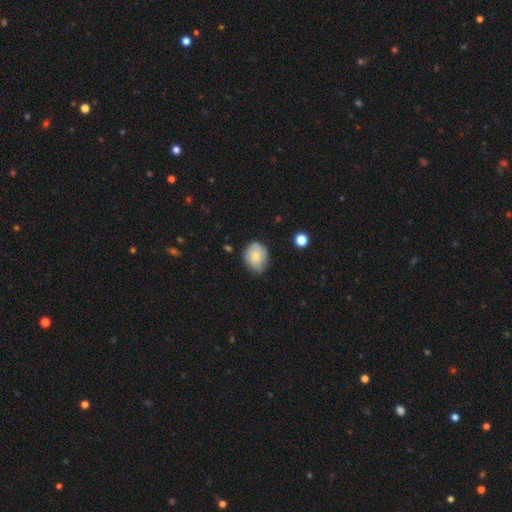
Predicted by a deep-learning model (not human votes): This appears to be a smooth galaxy with no disk features (73%) that is round (57%). Merging: none (64%).